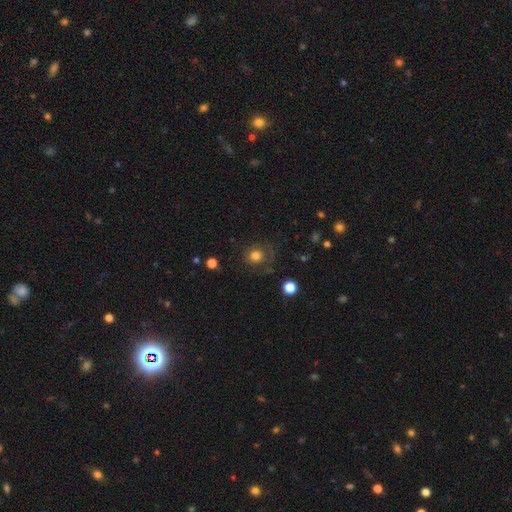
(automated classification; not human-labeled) Smooth or featured?
  - smooth: 76% *
  - star or artifact: 13%
  - featured or disk: 12%
How rounded?
  - round: 84% *
  - in between: 15%
  - cigar-shaped: 1%
Merging?
  - none: 67% *
  - minor disturbance: 18%
  - major disturbance: 13%
  - merger: 2%